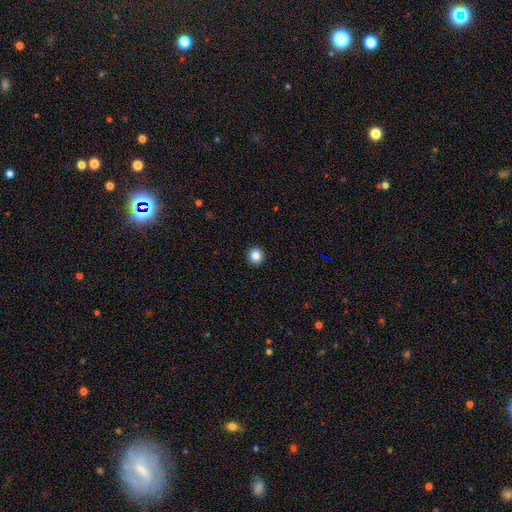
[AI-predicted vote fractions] The model was most divided on "smooth or featured": smooth: 87%, star or artifact: 10%, featured or disk: 3%. More confident: how rounded — round (94%); merging — none (93%).